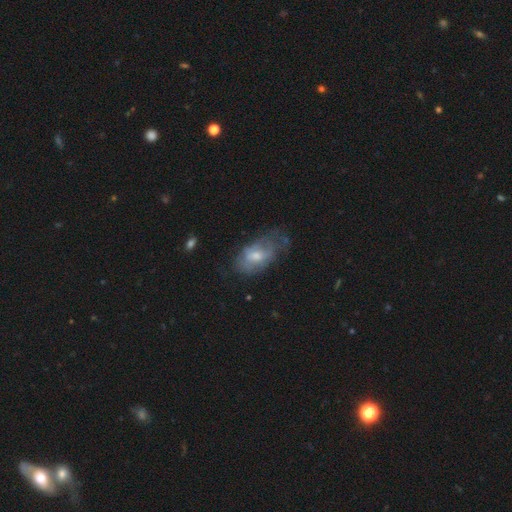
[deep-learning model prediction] Smooth or featured?
  - featured or disk: 47% *
  - smooth: 45%
  - star or artifact: 8%
Merging?
  - none: 43% *
  - minor disturbance: 32%
  - major disturbance: 23%
  - merger: 3%